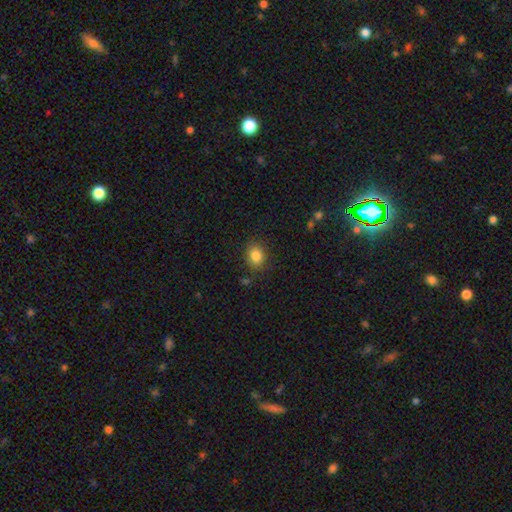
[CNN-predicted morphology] Smooth or featured? Predicted: smooth (p=0.84). How rounded? Predicted: round (p=0.55). Merging? Predicted: none (p=0.84).